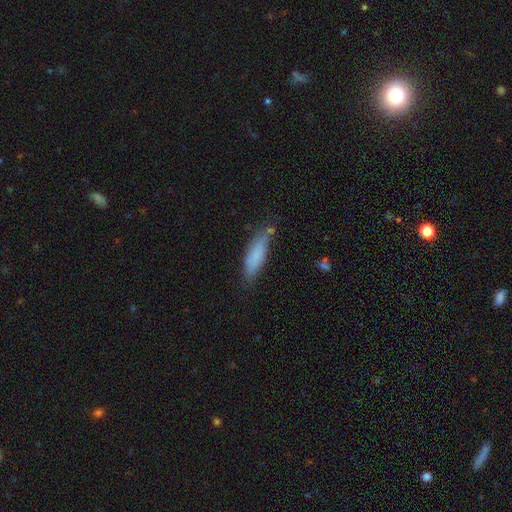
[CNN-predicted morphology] Smooth or featured? Predicted: smooth (p=0.79). How rounded? Predicted: cigar-shaped (p=0.62). Merging? Predicted: none (p=0.67).